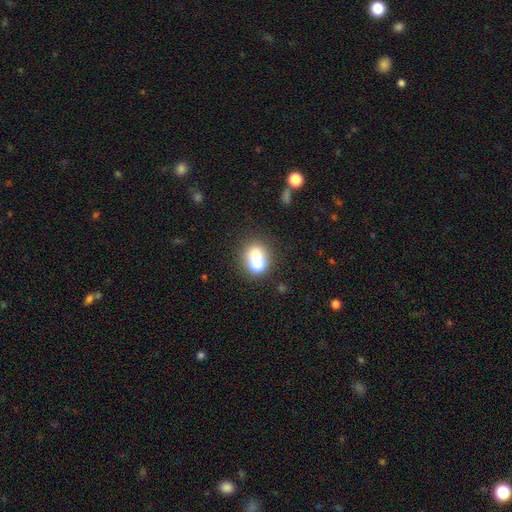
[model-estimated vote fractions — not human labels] smooth-or-featured: smooth: 64% | featured or disk: 19% | star or artifact: 17%
  how-rounded: round: 74% | in between: 25% | cigar-shaped: 1%
  merging: merger: 44% (tied) | none: 44% (tied) | minor disturbance: 8% | major disturbance: 4%